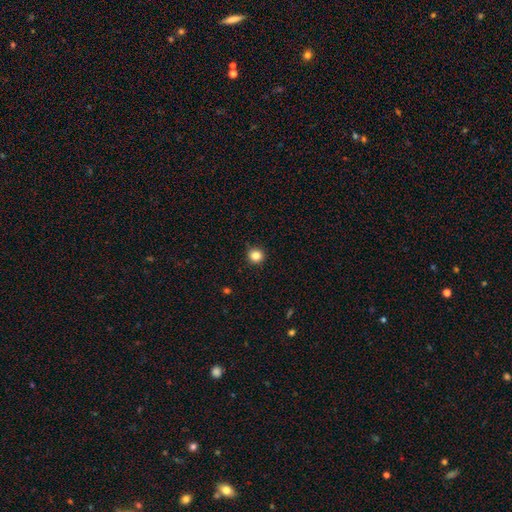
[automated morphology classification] Smooth or featured? Predicted: smooth (p=0.84). How rounded? Predicted: round (p=0.92). Merging? Predicted: none (p=0.90).